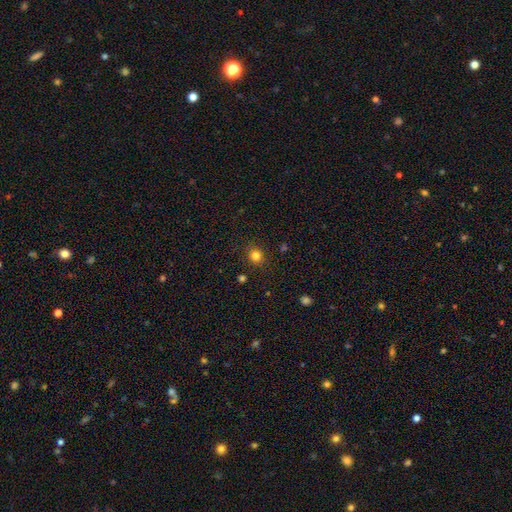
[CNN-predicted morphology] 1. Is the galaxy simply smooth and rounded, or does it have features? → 82% smooth, 14% star or artifact, 5% featured or disk.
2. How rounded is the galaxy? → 84% round, 15% in between, 1% cigar-shaped.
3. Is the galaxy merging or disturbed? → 88% none, 7% minor disturbance, 2% major disturbance, 2% merger.